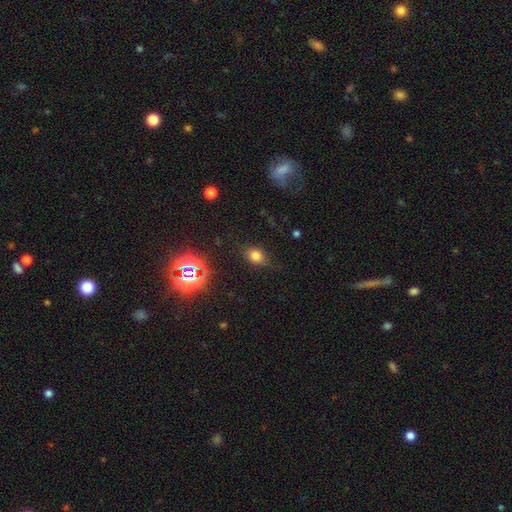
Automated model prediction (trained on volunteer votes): Smooth or featured? smooth (71%)
How rounded? in between (52%)
Merging? none (77%)